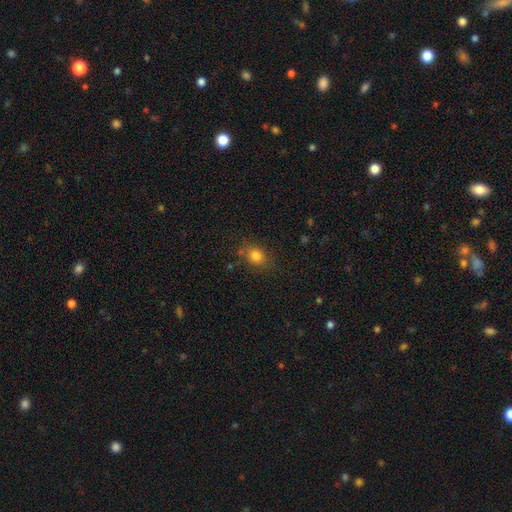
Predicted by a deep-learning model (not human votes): A smooth galaxy with no disk features (81%) that is round (58%). Merging: none (76%).